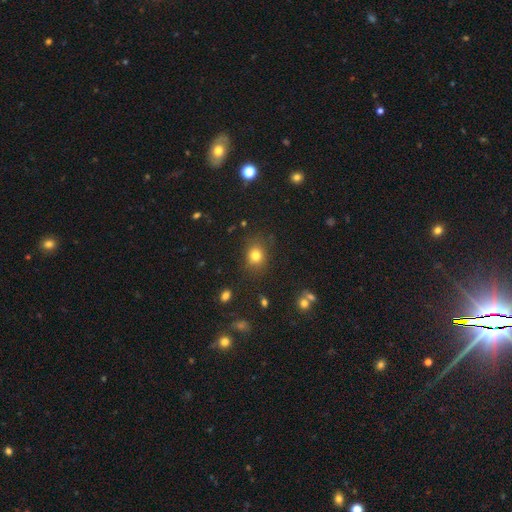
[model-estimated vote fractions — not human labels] smooth_or_featured: smooth (p=0.78) [alt: star or artifact p=0.15]
how_rounded: round (p=0.67) [alt: in between p=0.32]
merging: none (p=0.82) [alt: minor disturbance p=0.12]